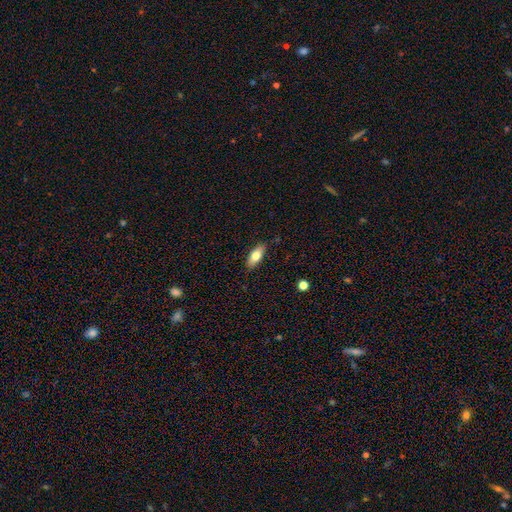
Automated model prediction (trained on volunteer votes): A smooth galaxy with no disk features (73%) that is in between round and cigar-shaped (79%).

Vote fractions:
- Smooth or featured? smooth: 73% / featured or disk: 20% / star or artifact: 7%
- How rounded? in between: 79% / cigar-shaped: 18% / round: 3%
- Merging? none: 85% / minor disturbance: 12% / major disturbance: 2% / merger: 1%